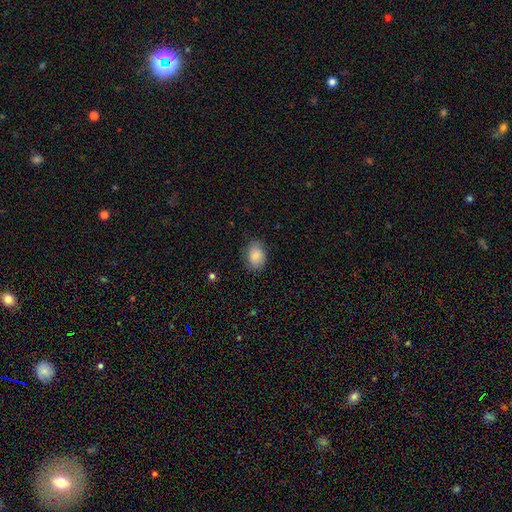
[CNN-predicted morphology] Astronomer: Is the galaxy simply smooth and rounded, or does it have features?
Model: smooth — 84%.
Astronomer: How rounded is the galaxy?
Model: in between — 76%.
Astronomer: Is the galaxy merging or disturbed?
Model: none — 79%.